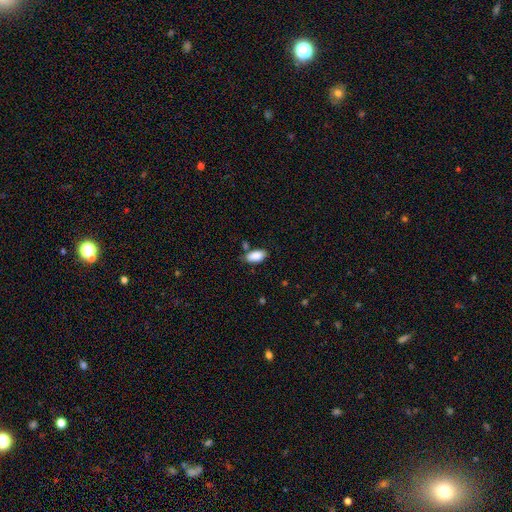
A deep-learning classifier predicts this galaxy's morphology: Smooth or featured? Predicted: smooth (p=0.88). How rounded? Predicted: in between (p=0.93). Merging? Predicted: none (p=0.69).